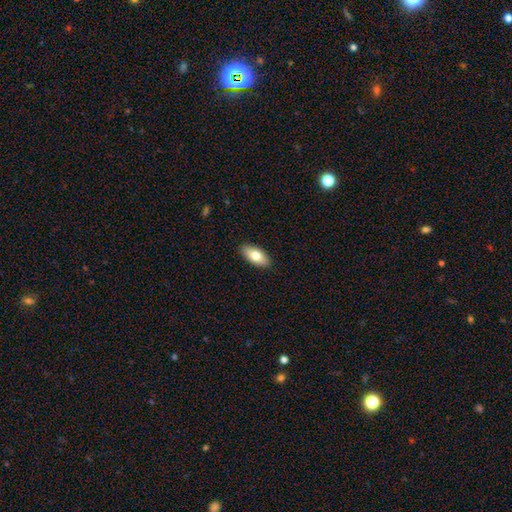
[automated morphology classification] Overall: smooth (77%). How rounded: in between (90%). Merging: none (90%).